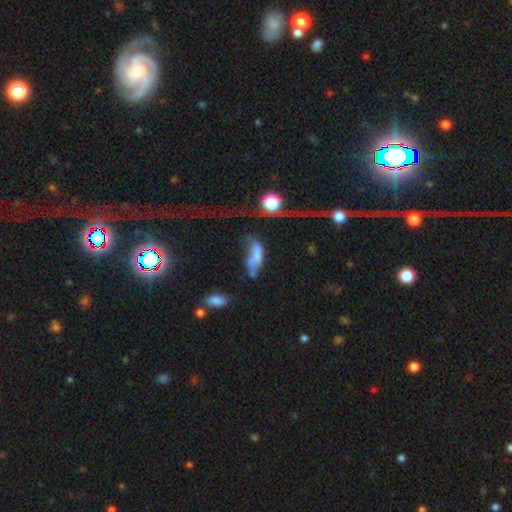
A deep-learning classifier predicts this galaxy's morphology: Overall: smooth (56%; featured or disk 32%). How rounded: in between (74%). Merging: major disturbance (46%; merger 22%).